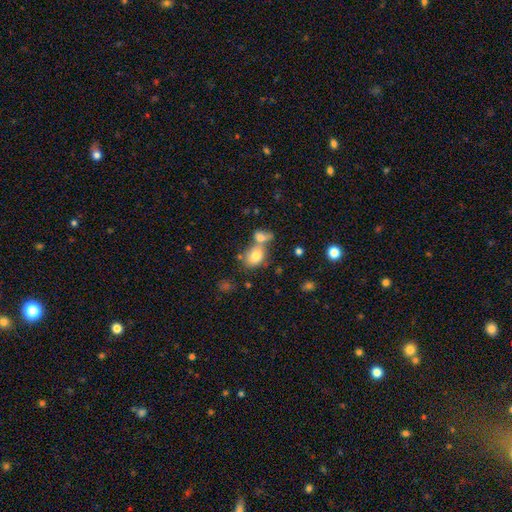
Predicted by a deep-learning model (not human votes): Smooth or featured? smooth (78%)
How rounded? in between (76%)
Merging? merger (48%)